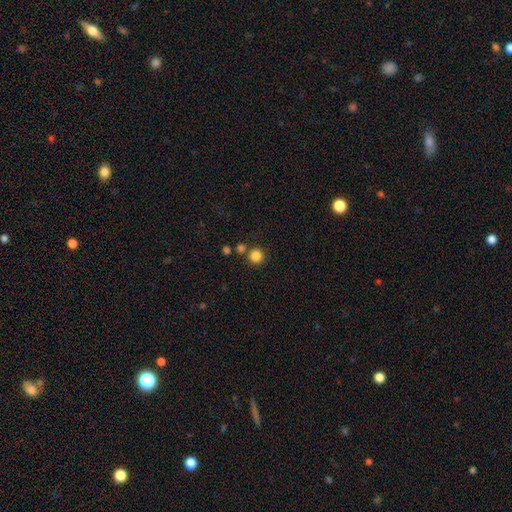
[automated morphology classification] smooth 84%, star or artifact 12%, featured or disk 4%. Down the decision tree: how rounded — round (95%); merging — none (80%).